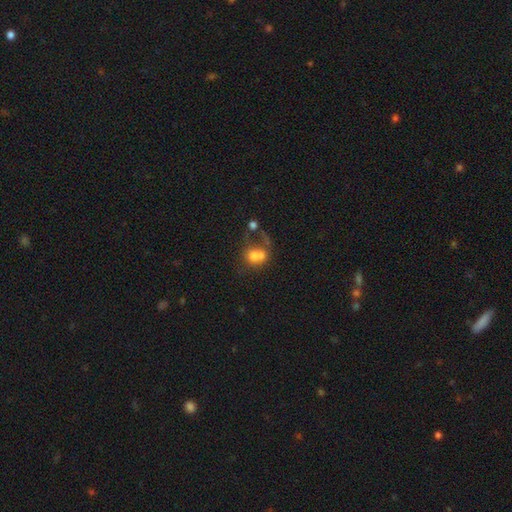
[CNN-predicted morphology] Smooth or featured? smooth (66%)
How rounded? round (54%)
Merging? merger (53%)